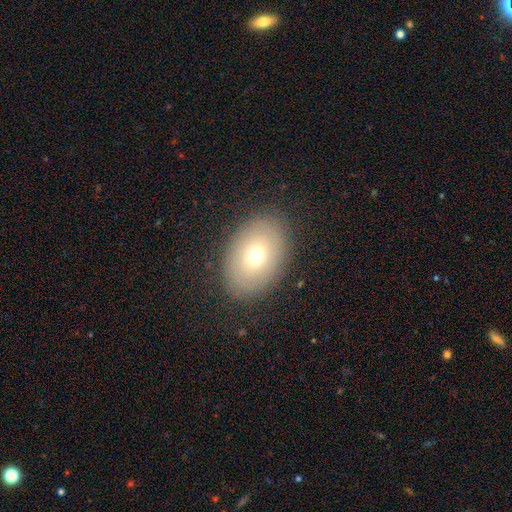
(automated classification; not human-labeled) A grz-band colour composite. It shows a smooth galaxy with no disk features (68%) that is in between round and cigar-shaped (76%). Merging: none (86%).